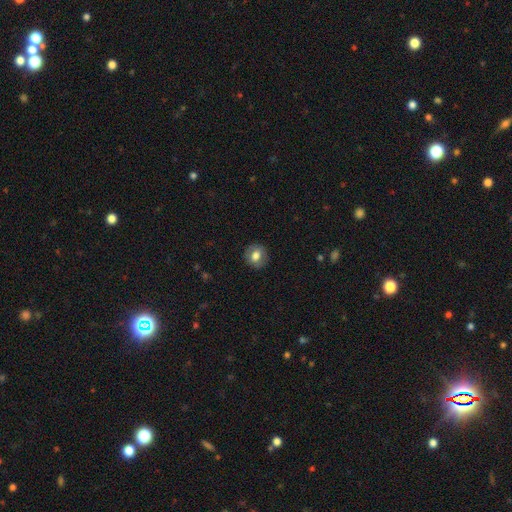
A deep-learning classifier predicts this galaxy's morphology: This is likely a smooth galaxy (70%). How rounded: likely round (80%). Merging: clearly none (87%).